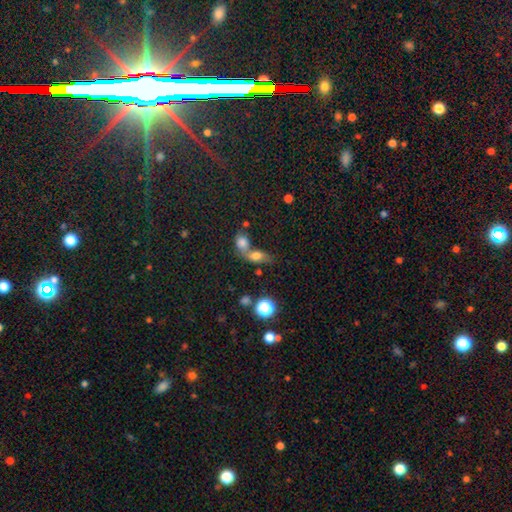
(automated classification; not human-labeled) Smooth or featured? smooth (71%)
How rounded? in between (71%)
Merging? merger (67%)